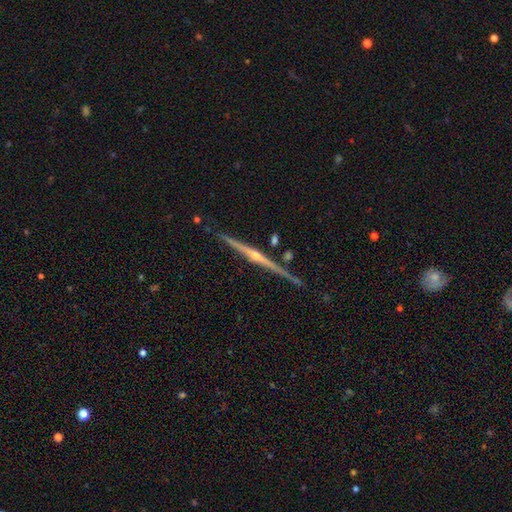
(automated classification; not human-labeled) A featured or disk galaxy (88%) viewed edge-on (99%) with a rounded central bulge (83%).

Vote fractions:
- Smooth or featured? featured or disk: 88% / smooth: 7% / star or artifact: 5%
- Edge-on disk? yes: 99% / no: 1%
- Edge-on bulge? rounded: 83% / none: 12% / boxy: 5%
- Merging? none: 90% / minor disturbance: 7% / merger: 2% / major disturbance: 1%